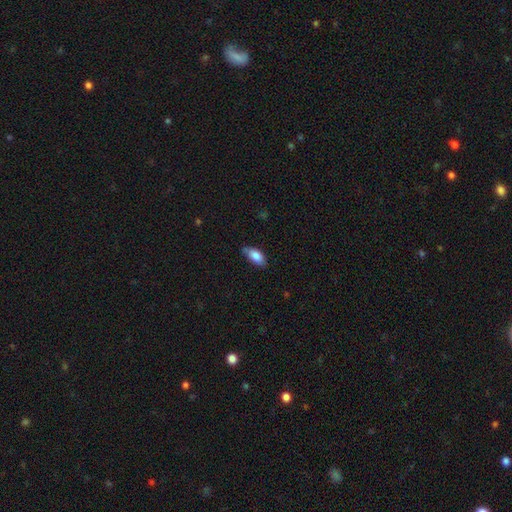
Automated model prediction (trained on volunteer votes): Morphology: type=smooth (84%); roundness=in between (88%); merging=none (70%).